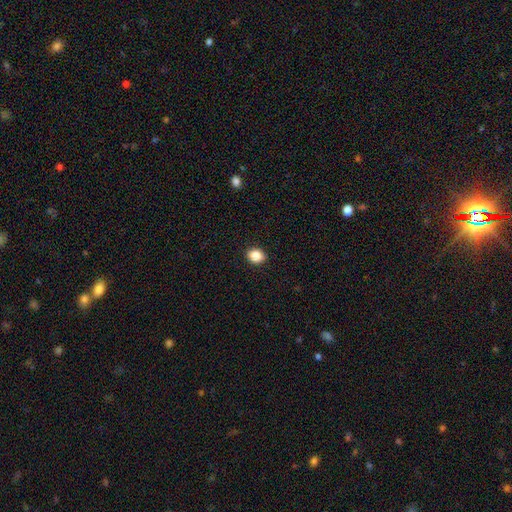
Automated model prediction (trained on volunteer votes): Smooth or featured? Predicted: smooth (p=0.87). How rounded? Predicted: round (p=0.57). Merging? Predicted: none (p=0.91).